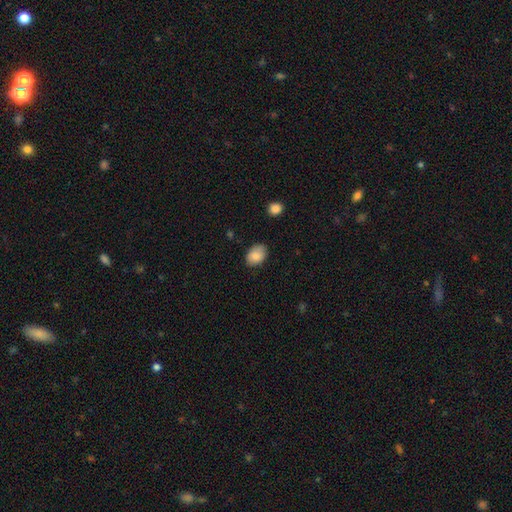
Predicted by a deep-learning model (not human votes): Q: Smooth or featured?
A: smooth (86%); runner-up: star or artifact (7%)
Q: How rounded?
A: in between (79%); runner-up: round (20%)
Q: Merging?
A: none (78%); runner-up: minor disturbance (18%)